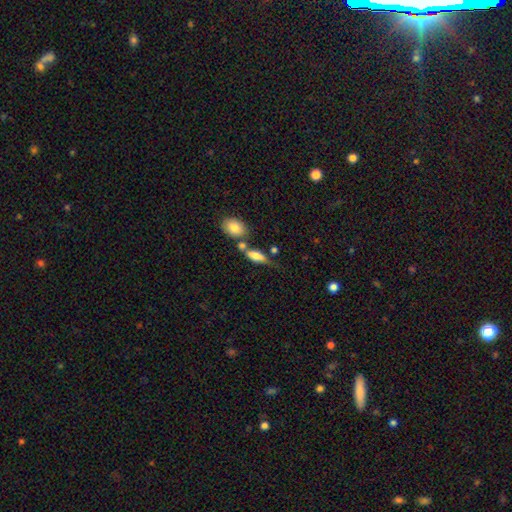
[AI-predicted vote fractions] Overall: smooth (73%). How rounded: in between (72%). Merging: none (48%; merger 25%).